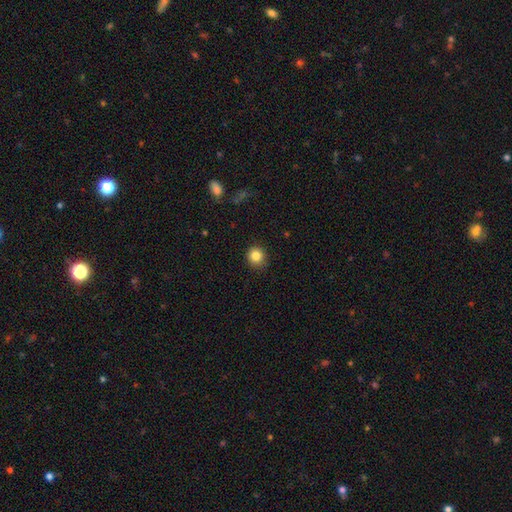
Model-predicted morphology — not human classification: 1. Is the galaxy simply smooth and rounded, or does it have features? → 84% smooth, 11% star or artifact, 5% featured or disk.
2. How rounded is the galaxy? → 90% round, 9% in between, 1% cigar-shaped.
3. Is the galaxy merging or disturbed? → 88% none, 9% minor disturbance, 2% major disturbance, 1% merger.